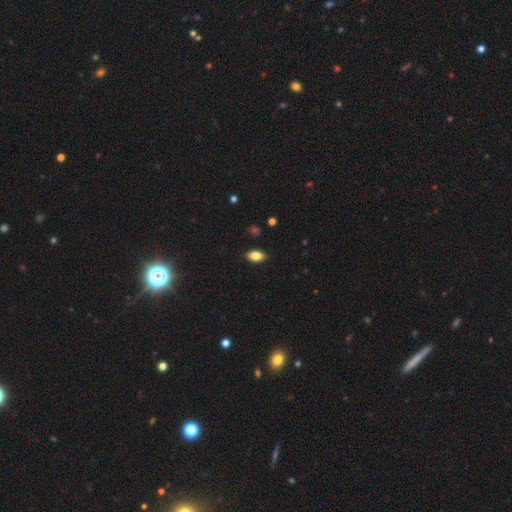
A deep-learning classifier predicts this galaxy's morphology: Smooth or featured? smooth (84%)
How rounded? in between (90%)
Merging? none (87%)